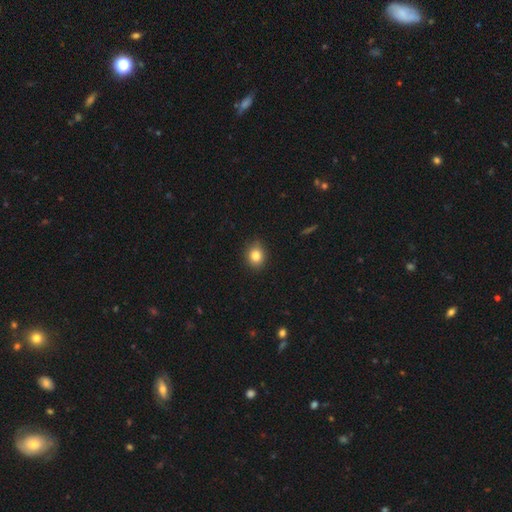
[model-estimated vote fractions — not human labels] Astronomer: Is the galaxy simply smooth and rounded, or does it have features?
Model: smooth — 83%.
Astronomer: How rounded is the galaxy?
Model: round — 68%.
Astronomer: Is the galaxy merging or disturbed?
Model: none — 86%.